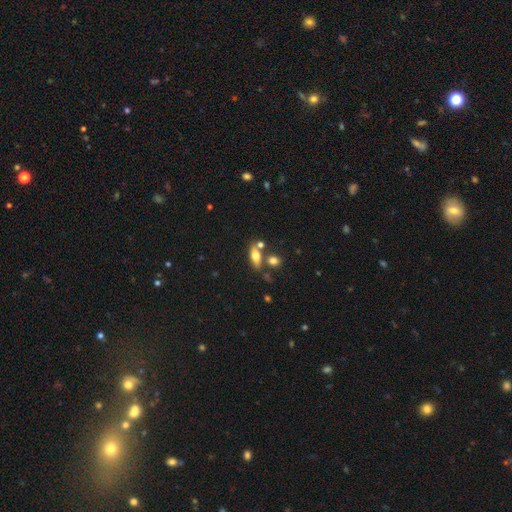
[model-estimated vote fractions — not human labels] Smooth or featured? smooth (64%)
How rounded? in between (73%)
Merging? none (59%)